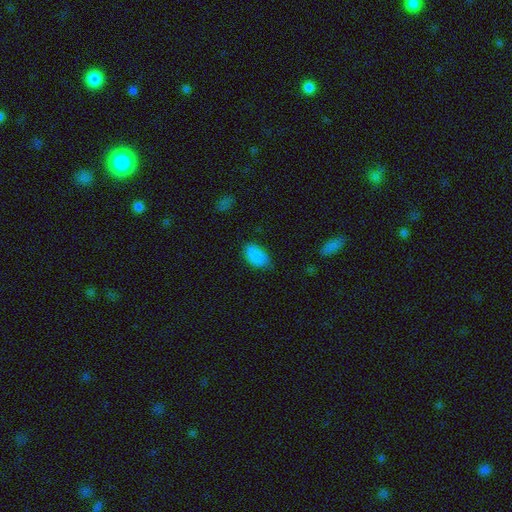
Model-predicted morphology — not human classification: Overall: smooth (88%). How rounded: in between (93%). Merging: none (72%).